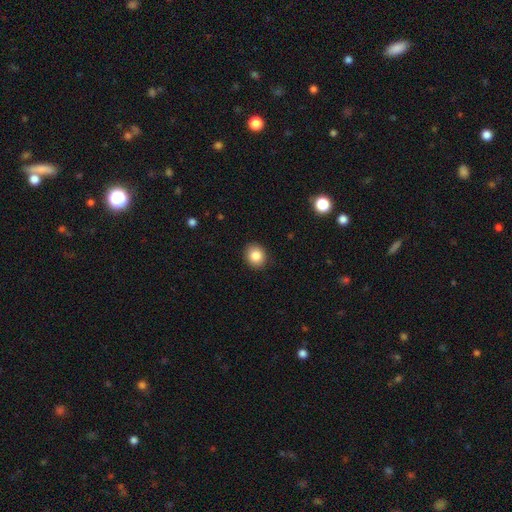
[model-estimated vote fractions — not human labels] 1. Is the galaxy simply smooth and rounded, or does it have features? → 85% smooth, 9% star or artifact, 6% featured or disk.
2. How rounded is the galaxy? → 75% round, 25% in between, 1% cigar-shaped.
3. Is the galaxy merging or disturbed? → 90% none, 7% minor disturbance, 2% major disturbance, 1% merger.